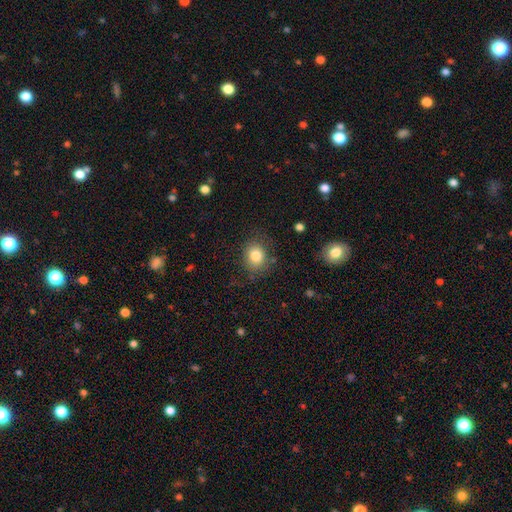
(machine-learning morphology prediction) Overall: smooth (82%). How rounded: round (63%; in between 36%). Merging: none (79%).